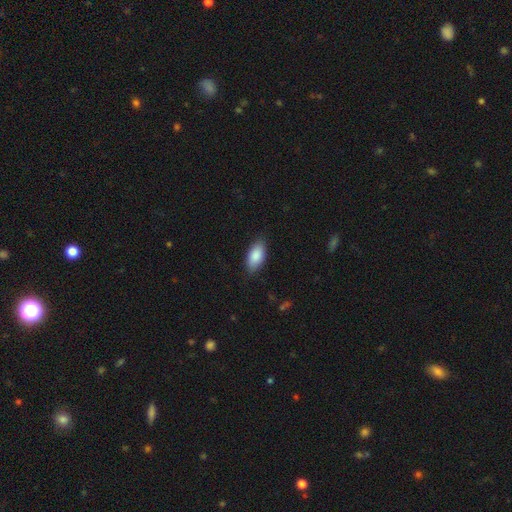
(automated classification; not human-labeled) Smooth or featured? smooth (87%)
How rounded? in between (92%)
Merging? none (84%)